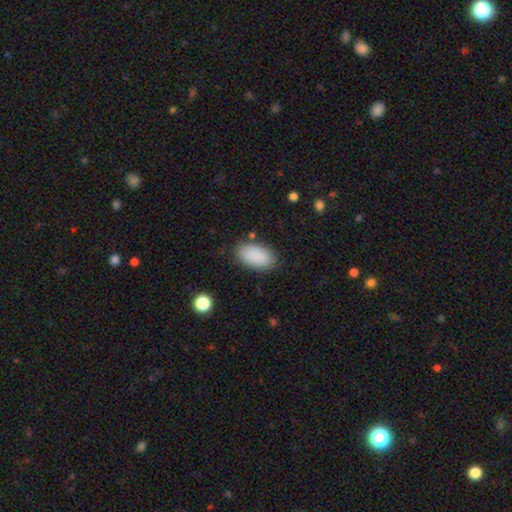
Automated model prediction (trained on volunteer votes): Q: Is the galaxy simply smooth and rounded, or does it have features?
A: smooth — 89%.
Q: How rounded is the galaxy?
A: in between — 95%.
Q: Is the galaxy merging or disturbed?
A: none — 84%.